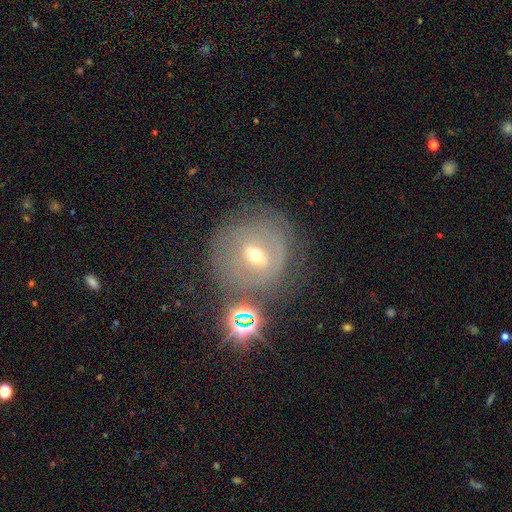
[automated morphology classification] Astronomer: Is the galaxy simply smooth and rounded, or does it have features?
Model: featured or disk — 54% (runner-up: smooth, 30%).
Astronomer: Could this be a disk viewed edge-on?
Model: no — 91%.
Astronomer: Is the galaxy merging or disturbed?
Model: none — 57%.